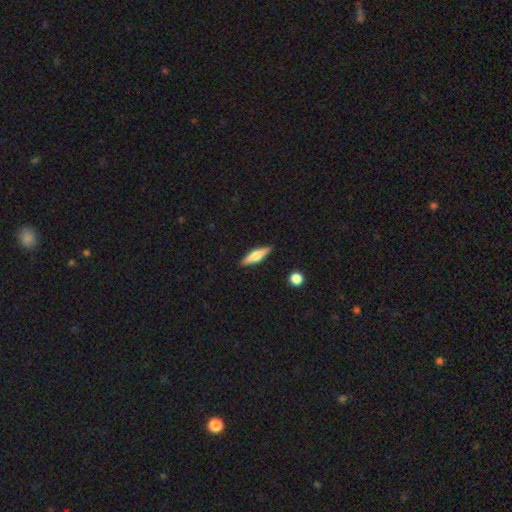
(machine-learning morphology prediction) A smooth galaxy with no disk features (50%). Merging: none (89%).